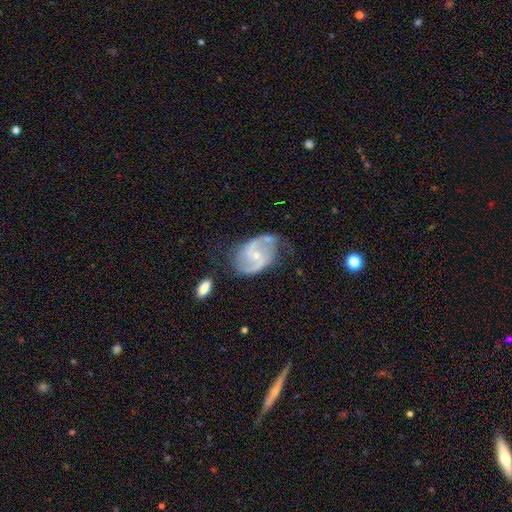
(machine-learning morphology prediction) Q: Smooth or featured?
A: featured or disk (86%); runner-up: smooth (9%)
Q: Edge-on disk?
A: no (97%); runner-up: yes (3%)
Q: Bar?
A: no (52%); runner-up: weak (39%)
Q: Spiral arms?
A: yes (95%); runner-up: no (5%)
Q: Spiral winding?
A: medium (51%); runner-up: loose (31%)
Q: Spiral arm count?
A: 2 (90%); runner-up: can't tell (4%)
Q: Bulge size?
A: small (65%); runner-up: moderate (31%)
Q: Merging?
A: none (60%); runner-up: minor disturbance (25%)